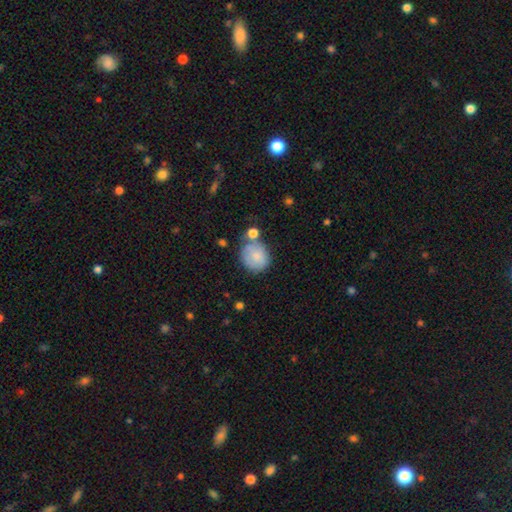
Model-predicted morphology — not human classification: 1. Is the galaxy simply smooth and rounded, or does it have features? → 76% smooth, 17% featured or disk, 8% star or artifact.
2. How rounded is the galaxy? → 74% round, 25% in between, 1% cigar-shaped.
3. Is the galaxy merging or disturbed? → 51% none, 23% minor disturbance, 18% merger, 9% major disturbance.